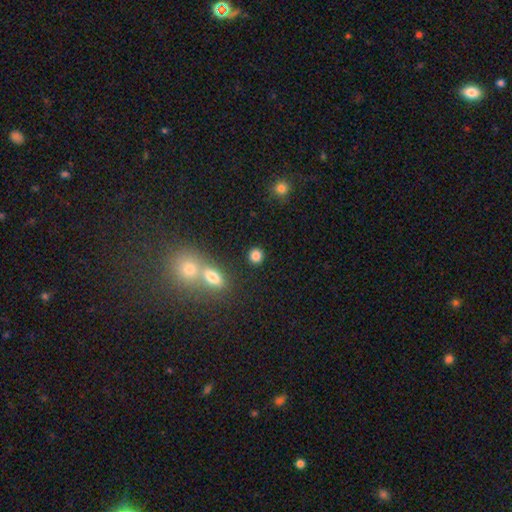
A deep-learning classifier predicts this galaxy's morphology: smooth 84%, star or artifact 11%, featured or disk 5%. Down the decision tree: how rounded — round (85%); merging — none (85%).